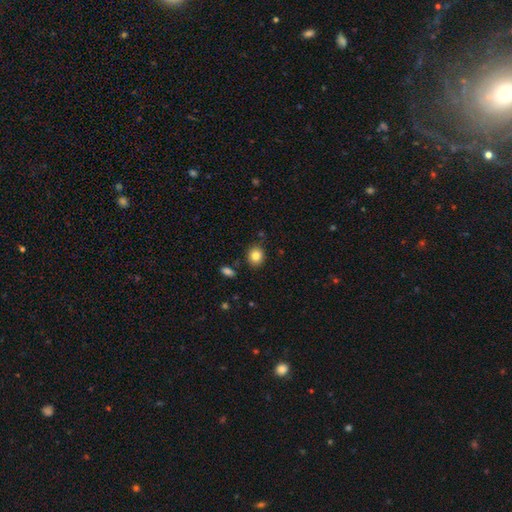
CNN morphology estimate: smooth-or-featured: smooth: 83% | star or artifact: 10% | featured or disk: 7%
  how-rounded: round: 70% | in between: 29% | cigar-shaped: 1%
  merging: none: 86% | minor disturbance: 9% | merger: 3% | major disturbance: 2%